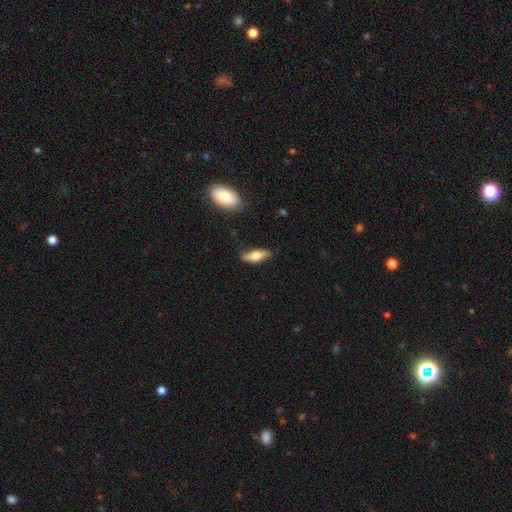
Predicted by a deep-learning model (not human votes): A smooth galaxy with no disk features (62%) that is in between round and cigar-shaped (59%).

Vote fractions:
- Smooth or featured? smooth: 62% / featured or disk: 31% / star or artifact: 6%
- How rounded? in between: 59% / cigar-shaped: 38% / round: 3%
- Merging? none: 82% / minor disturbance: 13% / major disturbance: 3% / merger: 2%